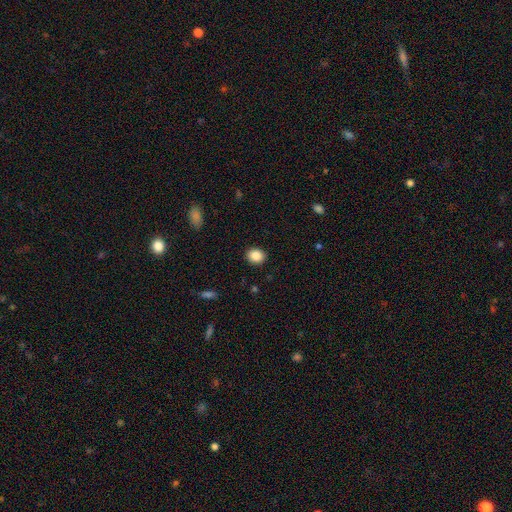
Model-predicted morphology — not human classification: Smooth or featured: smooth — 87% (star or artifact — 9%)
How rounded: round — 62% (in between — 37%)
Merging: none — 90% (minor disturbance — 7%)